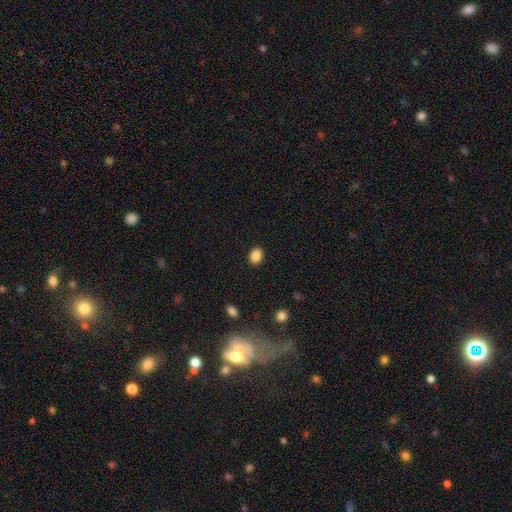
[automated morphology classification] type=smooth (87%); roundness=in between (64%); merging=none (90%).